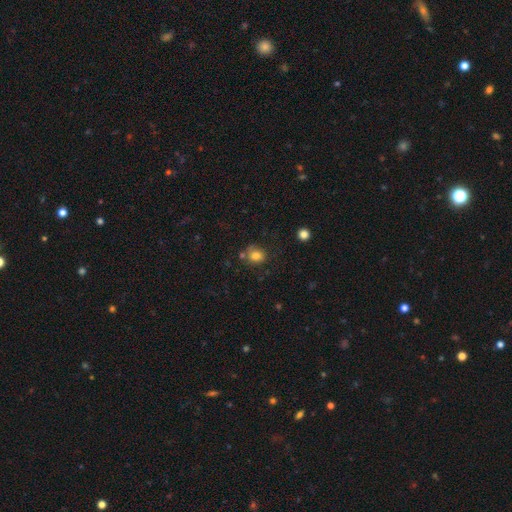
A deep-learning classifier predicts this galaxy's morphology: Q: Smooth or featured?
A: smooth (80%); runner-up: star or artifact (12%)
Q: How rounded?
A: round (71%); runner-up: in between (28%)
Q: Merging?
A: none (63%); runner-up: minor disturbance (18%)